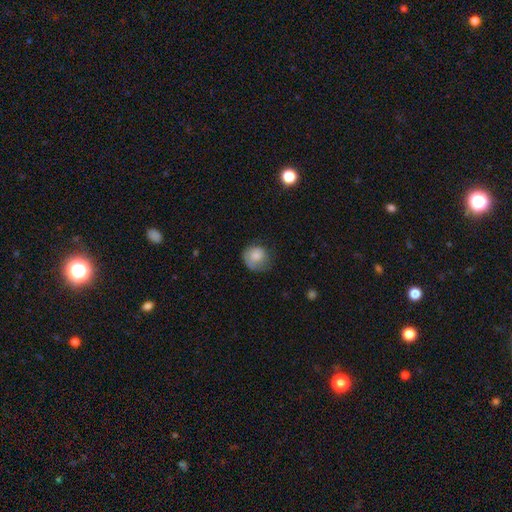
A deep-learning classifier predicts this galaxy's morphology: type=smooth (79%); roundness=round (81%); merging=none (51%).